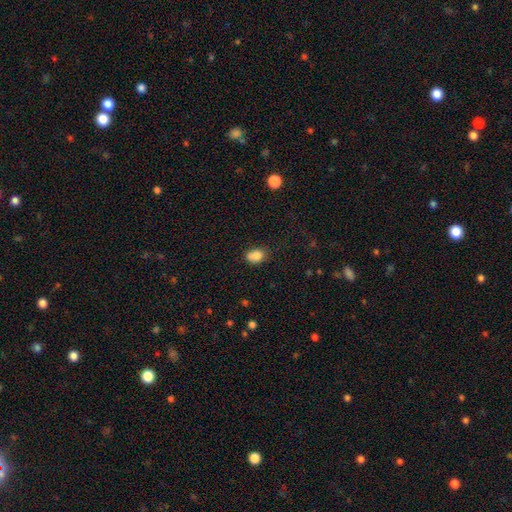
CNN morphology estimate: Overall: smooth (82%). How rounded: in between (71%). Merging: none (52%; minor disturbance 26%).